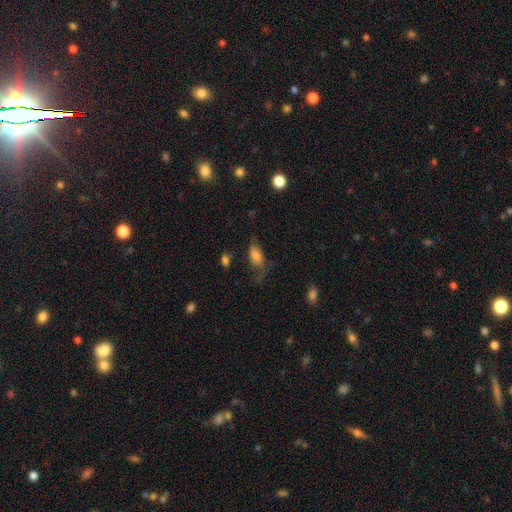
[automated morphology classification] Smooth or featured? Predicted: smooth (p=0.74). How rounded? Predicted: in between (p=0.88). Merging? Predicted: none (p=0.41).